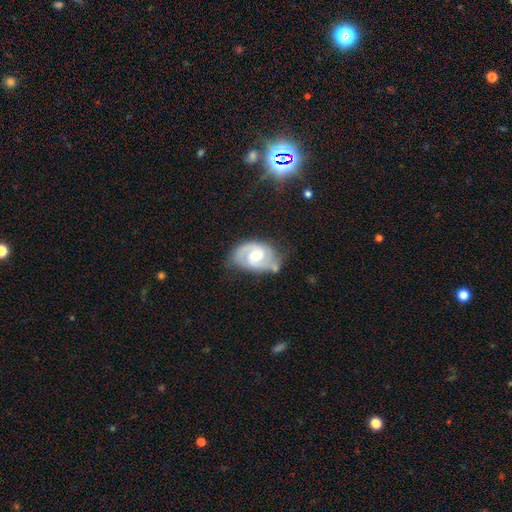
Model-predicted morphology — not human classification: The model was most divided on "bar": weak: 48%, no: 43%, strong: 9%. Remaining: edge-on disk — no (97%); spiral arms — yes (96%); spiral arm count — 2 (86%); smooth or featured — featured or disk (83%); bulge size — moderate (62%); merging — none (62%); spiral winding — medium (49%).